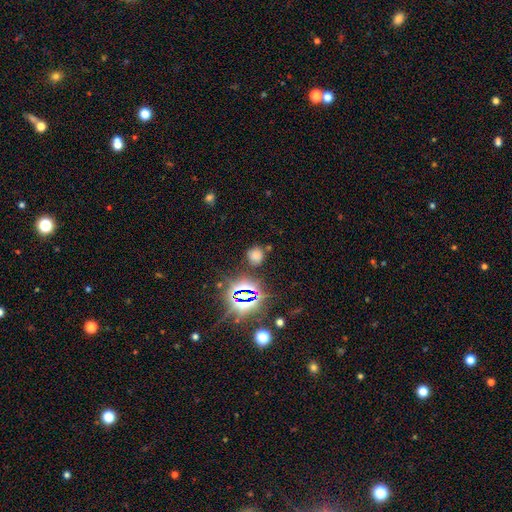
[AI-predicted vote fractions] Smooth or featured? Predicted: smooth (p=0.62). How rounded? Predicted: round (p=0.86). Merging? Predicted: none (p=0.81).